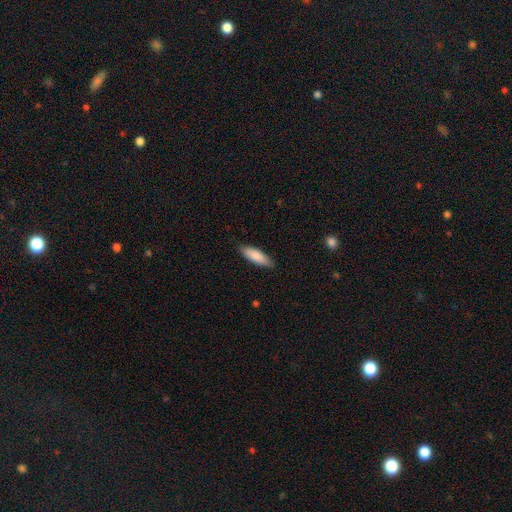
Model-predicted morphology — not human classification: smooth-or-featured: smooth: 85% | featured or disk: 9% | star or artifact: 5%
  how-rounded: in between: 54% | cigar-shaped: 45% | round: 2%
  merging: none: 86% | minor disturbance: 11% | major disturbance: 2% | merger: 1%